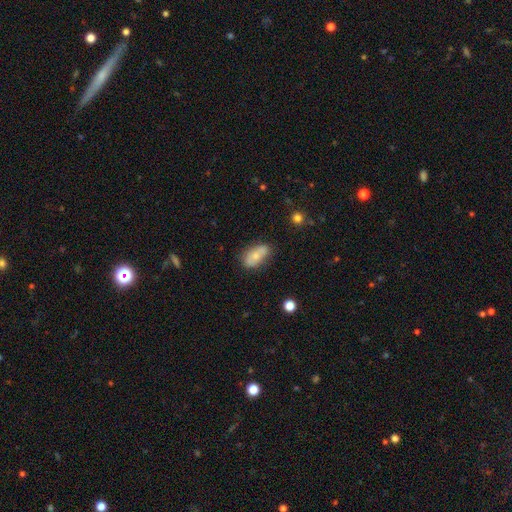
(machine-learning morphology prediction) A smooth galaxy with no disk features (68%) that is in between round and cigar-shaped (89%).

Vote fractions:
- Smooth or featured? smooth: 68% / featured or disk: 24% / star or artifact: 8%
- How rounded? in between: 89% / cigar-shaped: 6% / round: 5%
- Merging? none: 61% / minor disturbance: 24% / merger: 9% / major disturbance: 6%